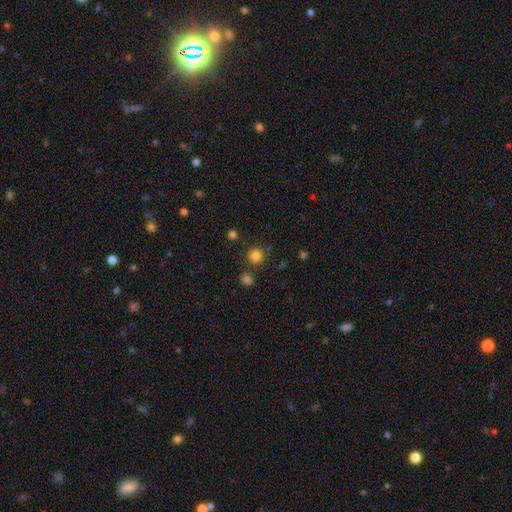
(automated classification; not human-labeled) smooth-or-featured: smooth: 81% | star or artifact: 14% | featured or disk: 4%
  how-rounded: round: 94% | in between: 5% | cigar-shaped: 1%
  merging: none: 84% | minor disturbance: 7% | merger: 6% | major disturbance: 3%